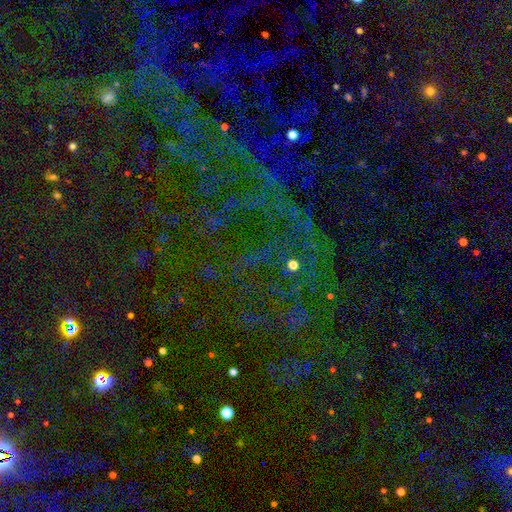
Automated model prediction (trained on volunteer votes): This appears to be a star or artifact, not a galaxy (81%).